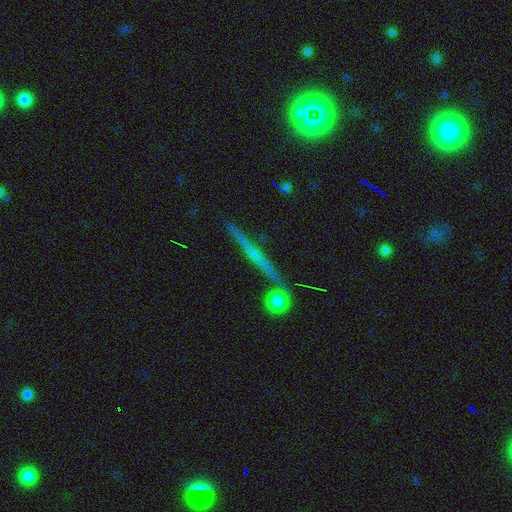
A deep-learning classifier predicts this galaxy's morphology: type=featured or disk (64%); edge-on=yes (95%); edge-on bulge=none (51%); merging=none (80%).